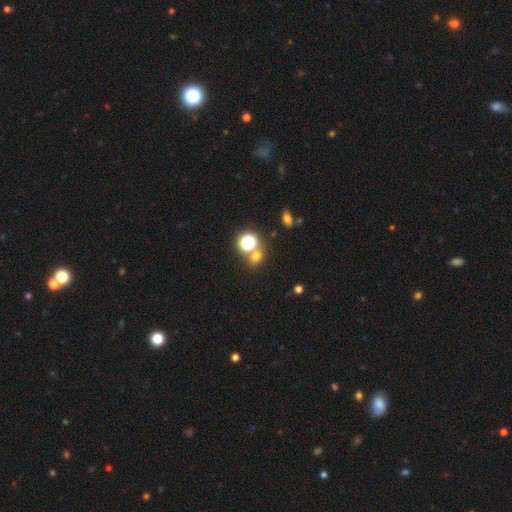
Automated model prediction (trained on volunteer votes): Overall: smooth (60%; star or artifact 32%). How rounded: round (71%). Merging: none (64%).